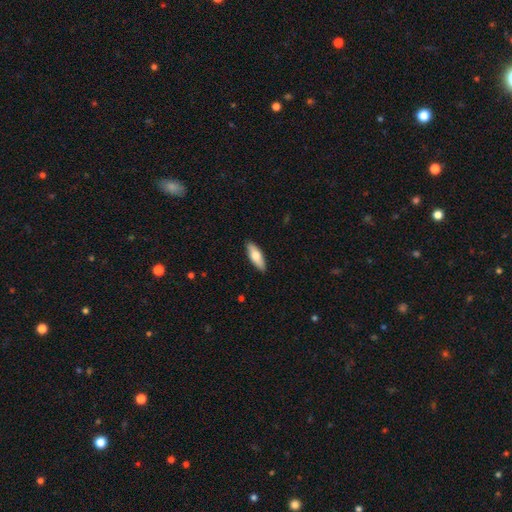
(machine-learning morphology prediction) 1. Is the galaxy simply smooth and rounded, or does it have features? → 71% smooth, 24% featured or disk, 5% star or artifact.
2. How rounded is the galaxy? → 61% in between, 37% cigar-shaped, 2% round.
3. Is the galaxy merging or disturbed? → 89% none, 8% minor disturbance, 2% major disturbance, 1% merger.